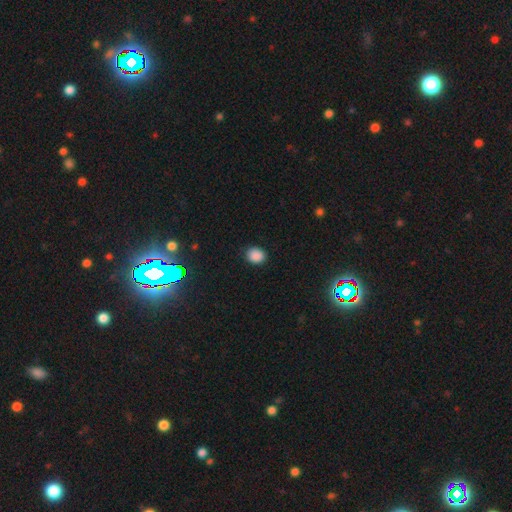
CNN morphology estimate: This is clearly a smooth galaxy (86%). How rounded: likely round (60%). Merging: clearly none (88%).